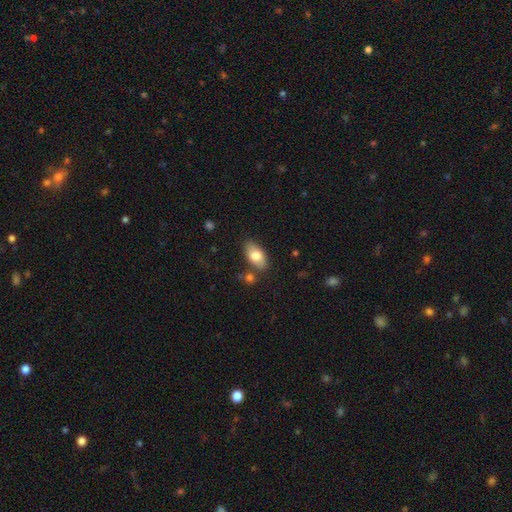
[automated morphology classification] smooth 78%, featured or disk 15%, star or artifact 7%. Down the decision tree: how rounded — in between (92%); merging — none (79%).